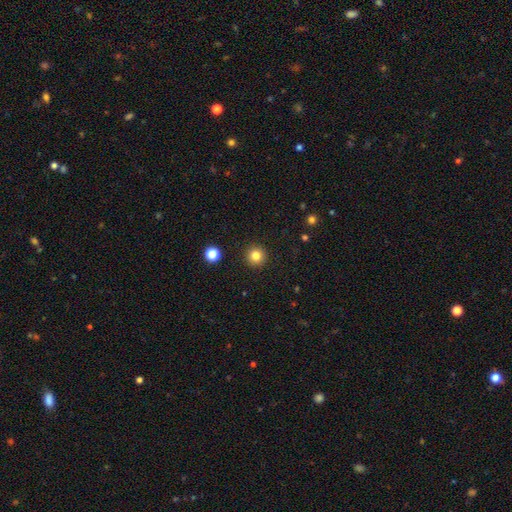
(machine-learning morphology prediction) smooth 82%, star or artifact 12%, featured or disk 6%. Down the decision tree: how rounded — round (96%); merging — none (92%).